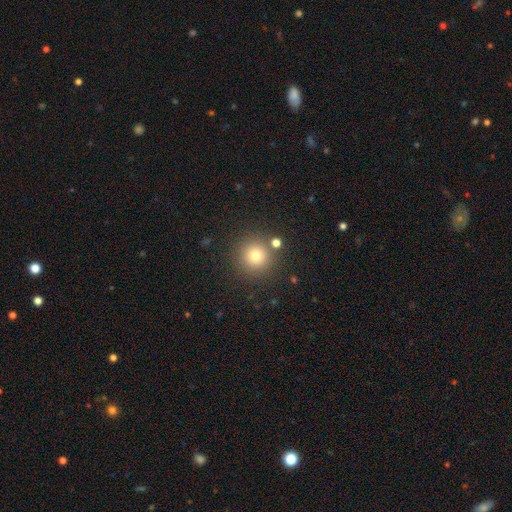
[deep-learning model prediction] Smooth or featured? Predicted: smooth (p=0.77). How rounded? Predicted: round (p=0.95). Merging? Predicted: none (p=0.85).